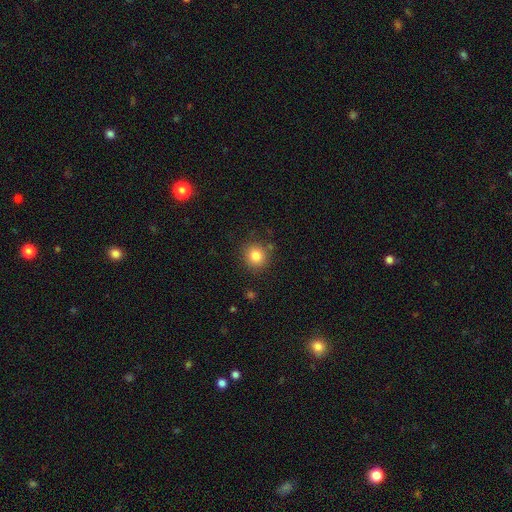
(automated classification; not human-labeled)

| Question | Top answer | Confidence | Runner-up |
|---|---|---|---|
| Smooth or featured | smooth | 83% | star or artifact (11%) |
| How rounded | round | 90% | in between (10%) |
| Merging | none | 85% | minor disturbance (9%) |